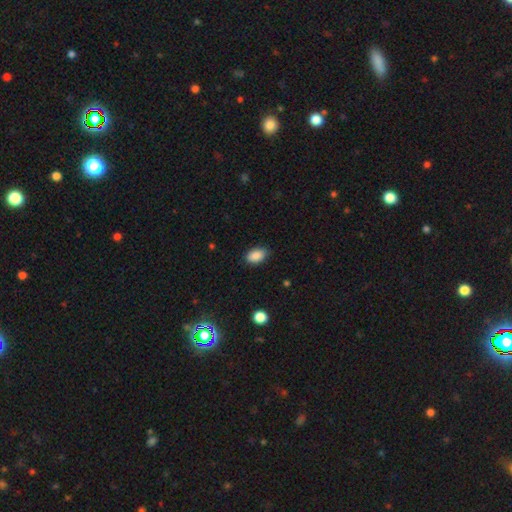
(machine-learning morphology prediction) Smooth or featured?
  - smooth: 88% *
  - star or artifact: 8%
  - featured or disk: 4%
How rounded?
  - in between: 90% *
  - round: 9%
  - cigar-shaped: 2%
Merging?
  - none: 83% *
  - minor disturbance: 14%
  - major disturbance: 2%
  - merger: 1%